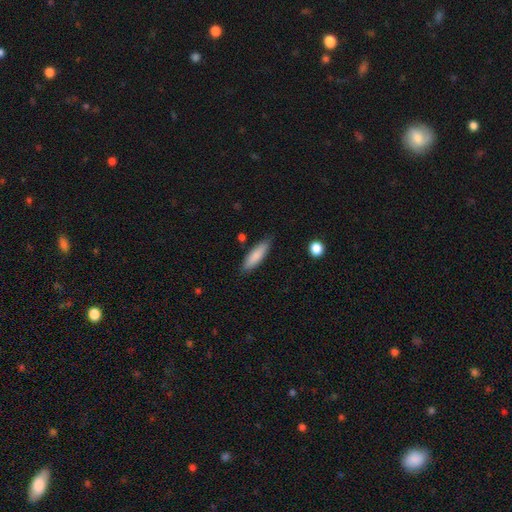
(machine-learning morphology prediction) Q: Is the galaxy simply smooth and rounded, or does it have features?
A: smooth — 84%.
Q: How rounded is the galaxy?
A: cigar-shaped — 60%.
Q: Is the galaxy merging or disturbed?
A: none — 83%.